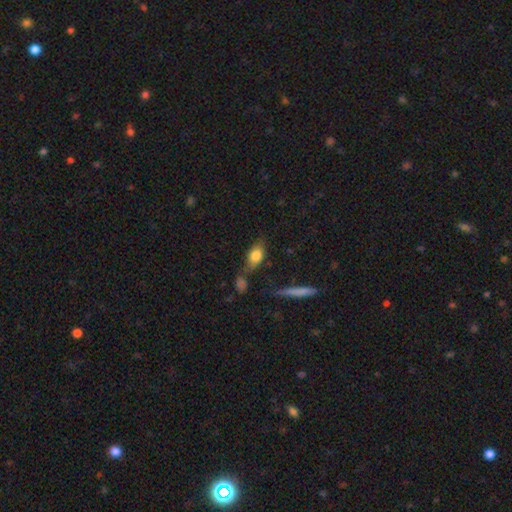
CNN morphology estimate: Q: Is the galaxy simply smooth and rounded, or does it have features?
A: smooth — 72%.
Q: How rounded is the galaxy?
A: in between — 75%.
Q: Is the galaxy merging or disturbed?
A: none — 60%.